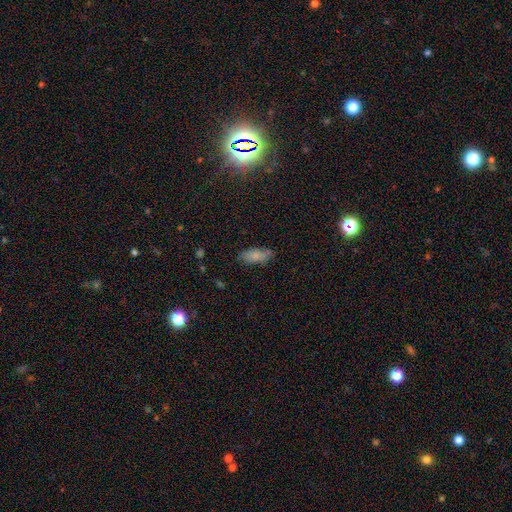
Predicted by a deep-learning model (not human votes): smooth_or_featured: smooth (p=0.81) [alt: featured or disk p=0.10]
how_rounded: in between (p=0.80) [alt: cigar-shaped p=0.17]
merging: none (p=0.70) [alt: minor disturbance p=0.21]